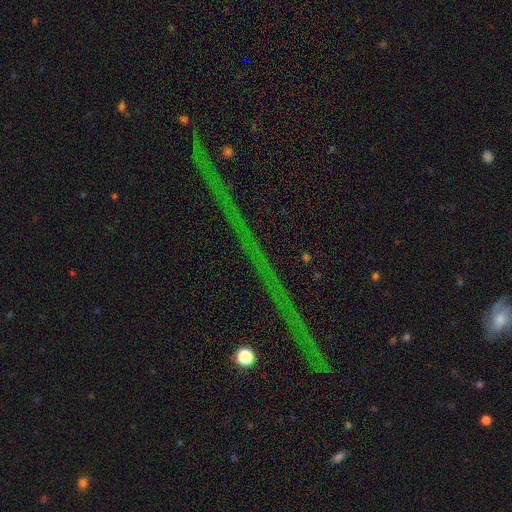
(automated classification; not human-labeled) A star or artifact, not a galaxy (80%).